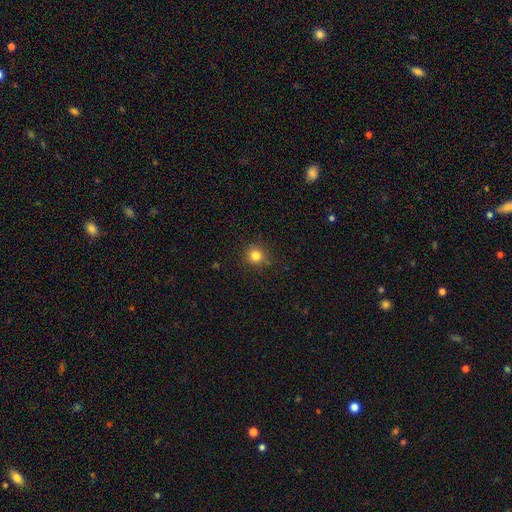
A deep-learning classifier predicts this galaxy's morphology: smooth-or-featured: smooth: 81% | star or artifact: 13% | featured or disk: 6%
  how-rounded: round: 92% | in between: 7% | cigar-shaped: 1%
  merging: none: 87% | minor disturbance: 10% | major disturbance: 2% | merger: 1%